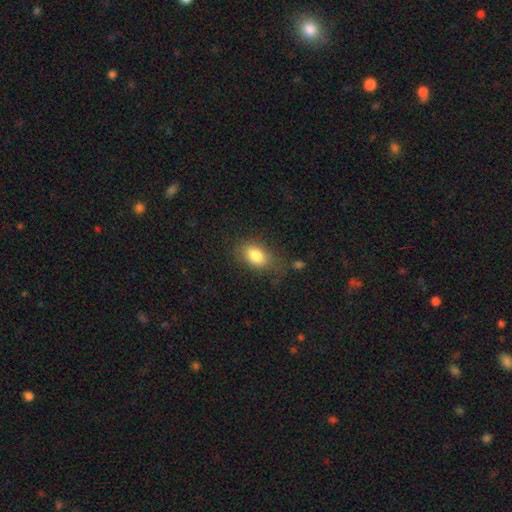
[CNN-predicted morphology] type=smooth (83%); roundness=in between (85%); merging=none (64%).